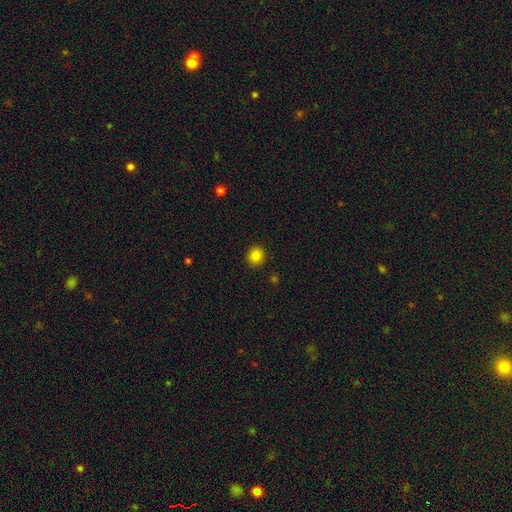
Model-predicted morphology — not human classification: A smooth galaxy with no disk features (84%) that is round (89%).

Vote fractions:
- Smooth or featured? smooth: 84% / star or artifact: 12% / featured or disk: 4%
- How rounded? round: 89% / in between: 10% / cigar-shaped: 1%
- Merging? none: 91% / minor disturbance: 6% / major disturbance: 2% / merger: 1%